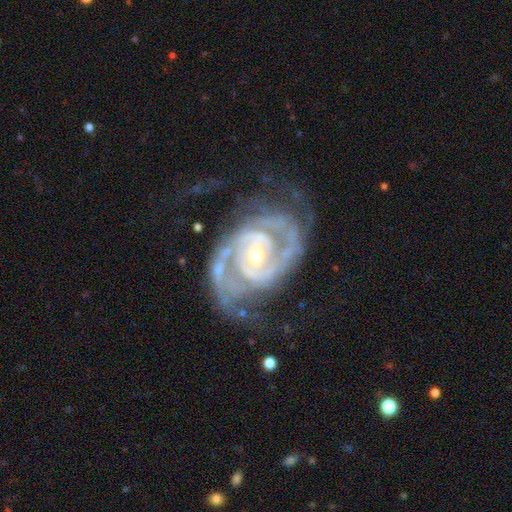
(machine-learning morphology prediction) Smooth or featured? Predicted: featured or disk (p=0.92). Edge-on disk? Predicted: no (p=0.97). Bar? Predicted: no (p=0.50). Spiral arms? Predicted: yes (p=0.98). Spiral winding? Predicted: tight (p=0.54). Spiral arm count? Predicted: 2 (p=0.71). Bulge size? Predicted: small (p=0.59). Merging? Predicted: none (p=0.57).